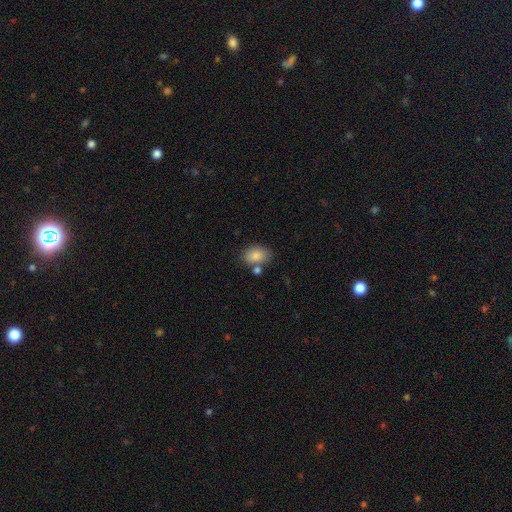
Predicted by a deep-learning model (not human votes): Q: Smooth or featured?
A: smooth (83%); runner-up: featured or disk (9%)
Q: How rounded?
A: in between (78%); runner-up: round (20%)
Q: Merging?
A: none (66%); runner-up: merger (15%)